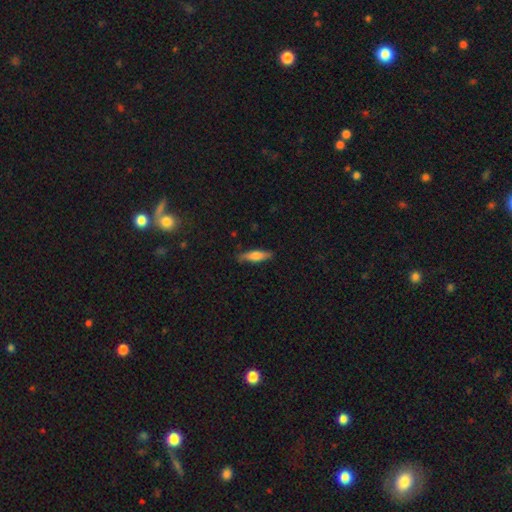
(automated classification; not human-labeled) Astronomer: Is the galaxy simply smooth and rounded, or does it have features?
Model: smooth — 59% (runner-up: featured or disk, 35%).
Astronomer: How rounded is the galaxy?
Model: cigar-shaped — 72%.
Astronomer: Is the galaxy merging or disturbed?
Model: none — 85%.